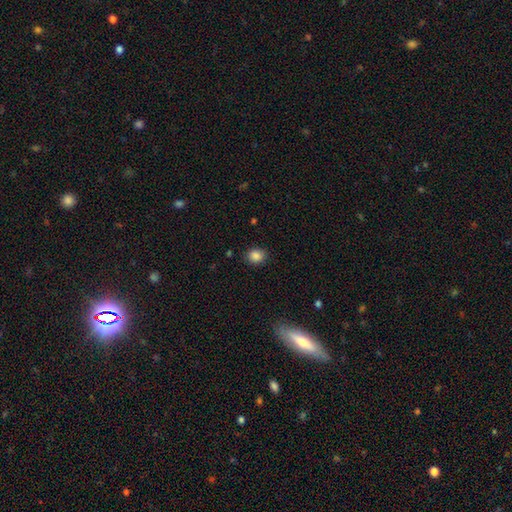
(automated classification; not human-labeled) A smooth galaxy with no disk features (86%) that is round (59%).

Vote fractions:
- Smooth or featured? smooth: 86% / star or artifact: 10% / featured or disk: 4%
- How rounded? round: 59% / in between: 40% / cigar-shaped: 1%
- Merging? none: 86% / minor disturbance: 10% / major disturbance: 3% / merger: 1%